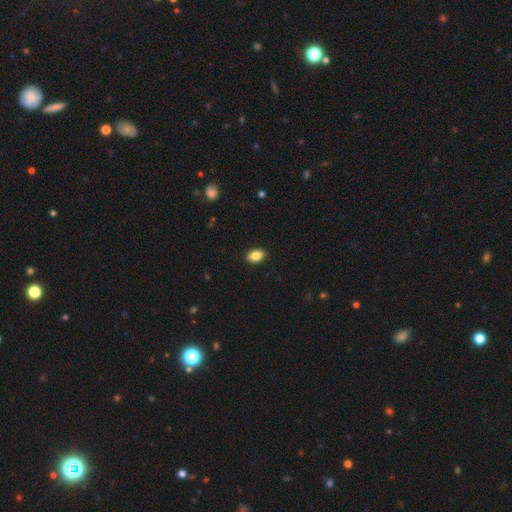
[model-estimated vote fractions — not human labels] smooth-or-featured: smooth: 85% | star or artifact: 8% | featured or disk: 7%
  how-rounded: in between: 86% | round: 13% | cigar-shaped: 2%
  merging: none: 90% | minor disturbance: 7% | major disturbance: 2% | merger: 1%